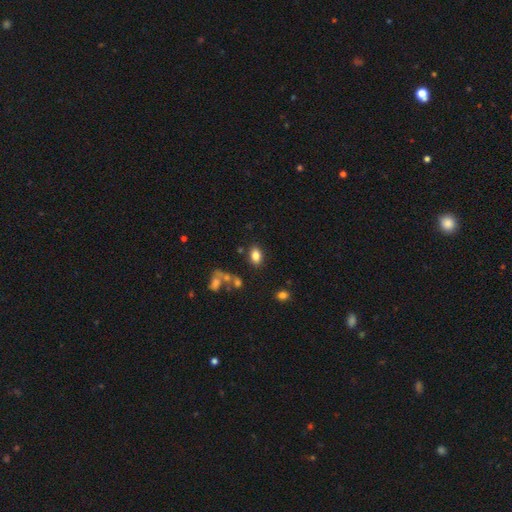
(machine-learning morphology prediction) type=smooth (81%); roundness=in between (83%); merging=none (79%).